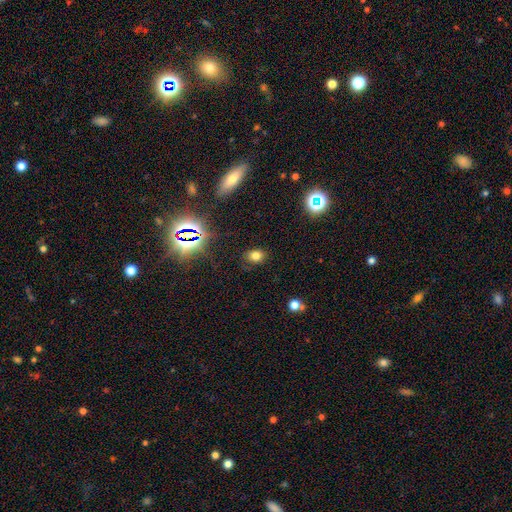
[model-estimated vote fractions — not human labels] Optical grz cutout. It shows a smooth galaxy with no disk features (73%) that is in between round and cigar-shaped (64%). Merging: none (81%).